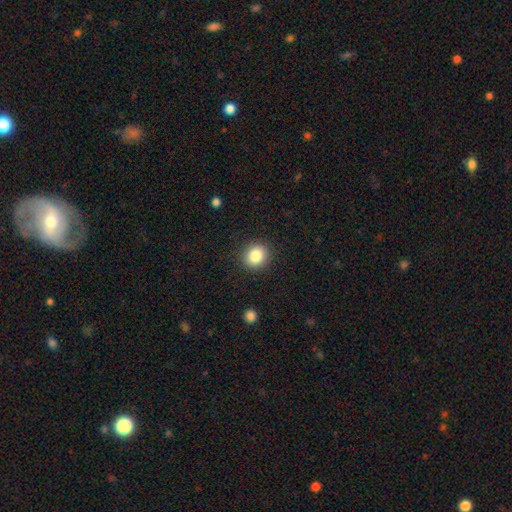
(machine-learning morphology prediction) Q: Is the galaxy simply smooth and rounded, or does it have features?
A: smooth — 85%.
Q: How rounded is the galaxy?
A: round — 81%.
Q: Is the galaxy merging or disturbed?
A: none — 90%.